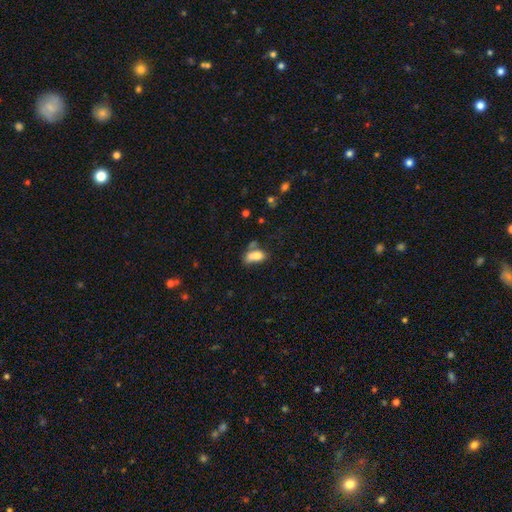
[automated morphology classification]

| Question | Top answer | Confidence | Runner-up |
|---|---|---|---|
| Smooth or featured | smooth | 75% | featured or disk (15%) |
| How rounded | in between | 84% | round (9%) |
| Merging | merger | 34% | none (31%) |